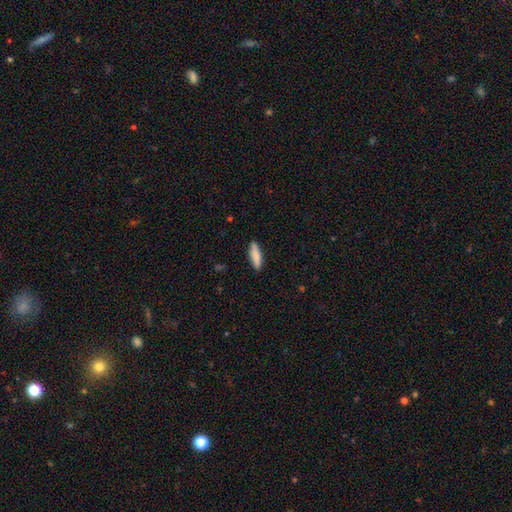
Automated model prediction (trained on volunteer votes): Smooth or featured: smooth — 84% (featured or disk — 11%)
How rounded: cigar-shaped — 71% (in between — 28%)
Merging: none — 88% (minor disturbance — 9%)